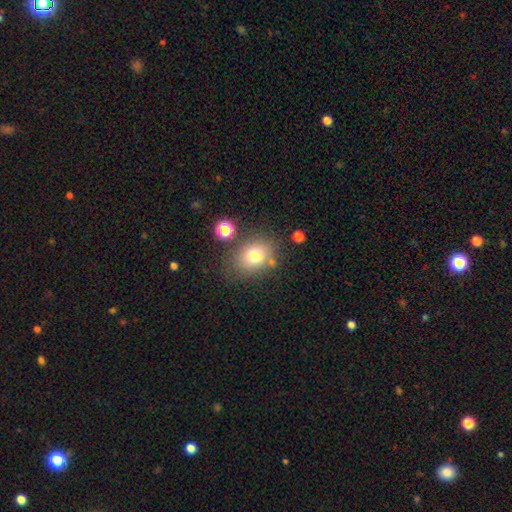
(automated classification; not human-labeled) Overall: smooth (76%). How rounded: in between (56%; round 43%). Merging: none (72%).